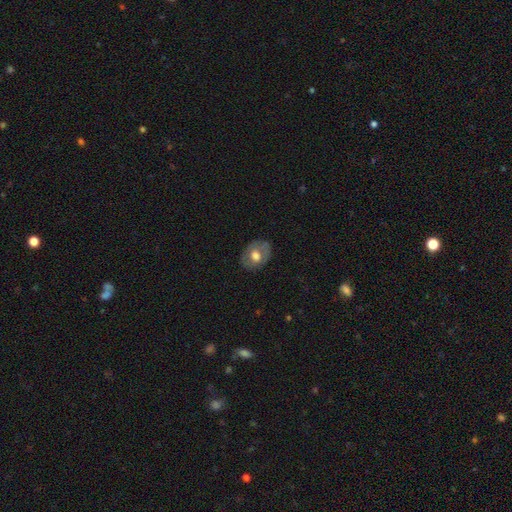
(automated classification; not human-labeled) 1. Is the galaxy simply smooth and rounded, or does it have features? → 53% smooth, 40% featured or disk, 7% star or artifact.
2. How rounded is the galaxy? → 59% in between, 40% round, 1% cigar-shaped.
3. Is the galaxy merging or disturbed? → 78% none, 16% minor disturbance, 5% major disturbance, 1% merger.